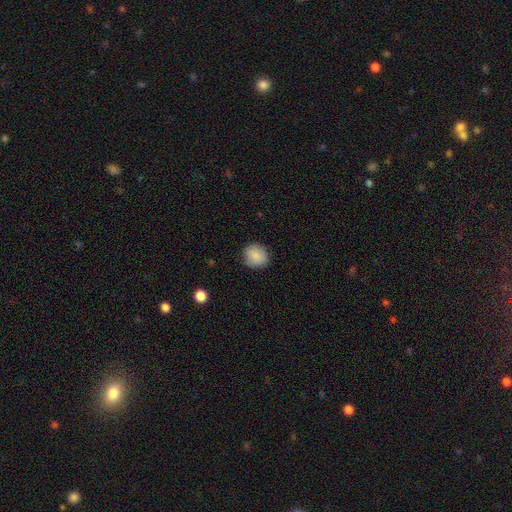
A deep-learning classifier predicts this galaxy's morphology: Smooth or featured: smooth — 88% (star or artifact — 8%)
How rounded: round — 88% (in between — 11%)
Merging: none — 86% (minor disturbance — 11%)